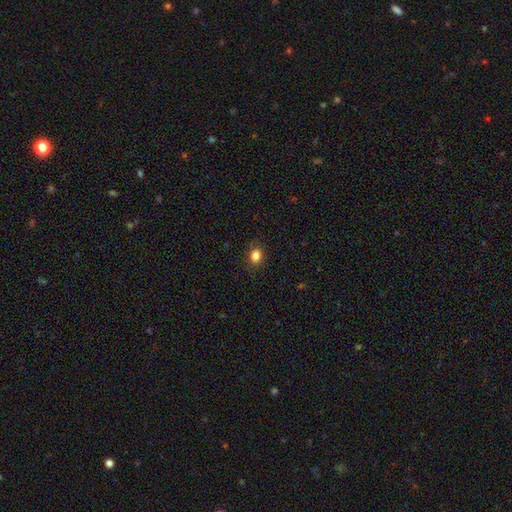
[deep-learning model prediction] This appears to be a smooth galaxy with no disk features (85%) that is in between round and cigar-shaped (52%). Merging: none (87%).